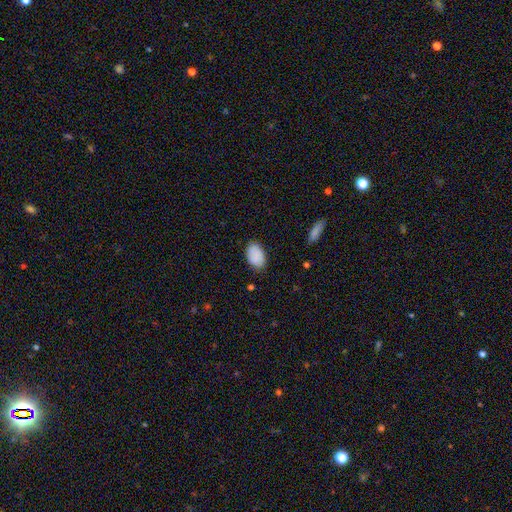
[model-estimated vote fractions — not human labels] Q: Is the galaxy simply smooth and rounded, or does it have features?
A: smooth — 88%.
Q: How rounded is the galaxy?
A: in between — 92%.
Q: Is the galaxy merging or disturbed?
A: none — 81%.